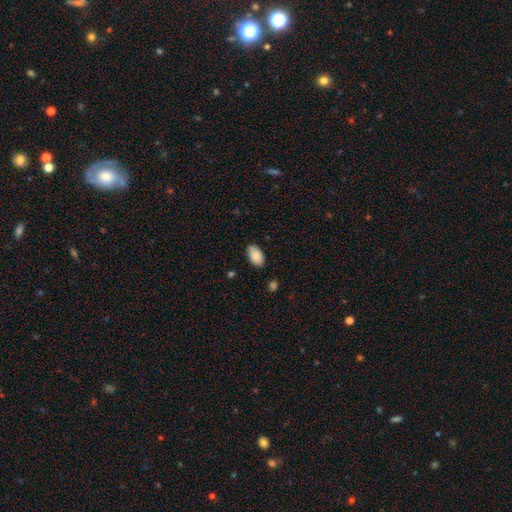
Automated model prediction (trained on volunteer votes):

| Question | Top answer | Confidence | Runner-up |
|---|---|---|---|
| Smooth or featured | smooth | 87% | star or artifact (7%) |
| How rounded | in between | 94% | round (4%) |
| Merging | none | 76% | minor disturbance (19%) |